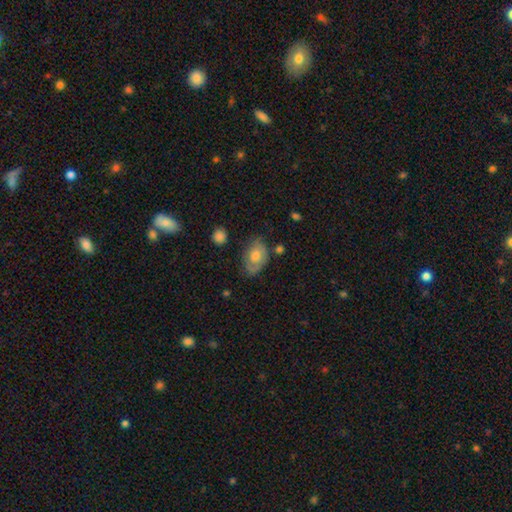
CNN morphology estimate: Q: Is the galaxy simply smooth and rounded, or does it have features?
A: smooth — 57%.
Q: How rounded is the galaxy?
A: in between — 85%.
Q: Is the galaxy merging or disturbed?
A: none — 61%.